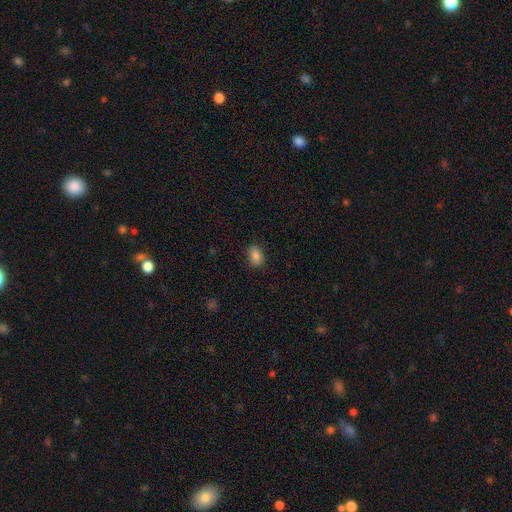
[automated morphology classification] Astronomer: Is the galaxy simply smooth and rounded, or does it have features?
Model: smooth — 85%.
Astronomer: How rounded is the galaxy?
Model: in between — 76%.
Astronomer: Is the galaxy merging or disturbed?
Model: none — 87%.